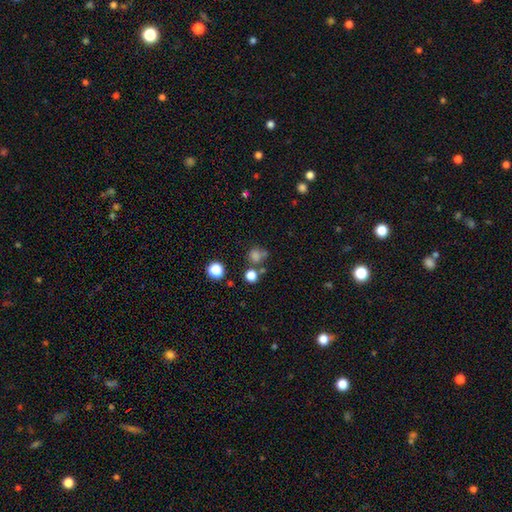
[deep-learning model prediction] This appears to be a smooth galaxy with no disk features (74%) that is round (84%). Merging: none (62%).